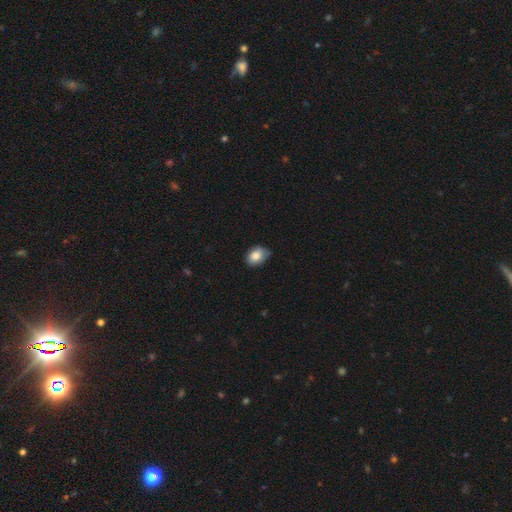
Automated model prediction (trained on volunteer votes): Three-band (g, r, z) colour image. It shows a smooth galaxy with no disk features (83%) that is in between round and cigar-shaped (74%). Merging: none (60%).